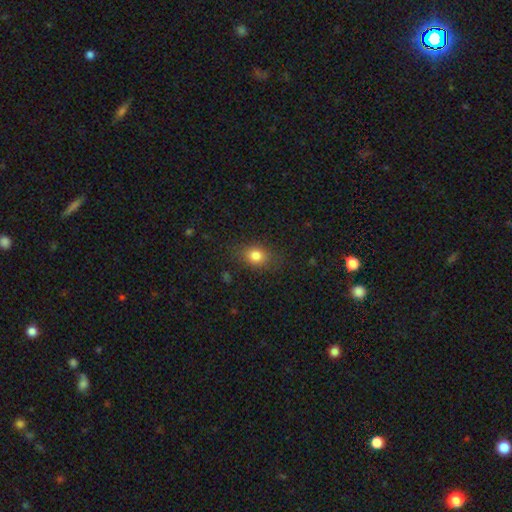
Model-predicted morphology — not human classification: The model was most divided on "how rounded": in between: 59%, round: 39%, cigar-shaped: 2%. More confident: smooth or featured — smooth (80%); merging — none (79%).